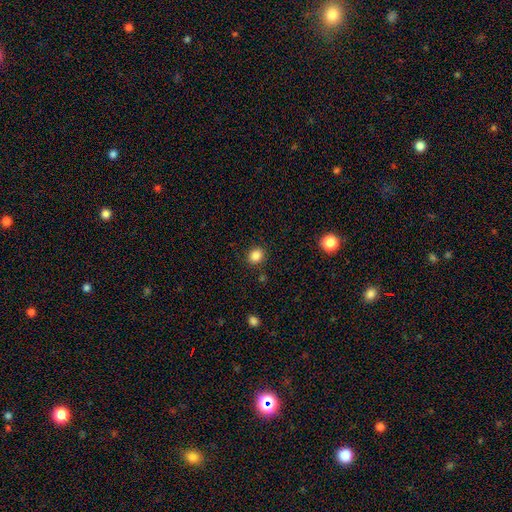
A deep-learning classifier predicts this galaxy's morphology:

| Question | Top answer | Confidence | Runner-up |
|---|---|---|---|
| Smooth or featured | smooth | 85% | star or artifact (10%) |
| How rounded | round | 69% | in between (31%) |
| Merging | none | 88% | minor disturbance (8%) |